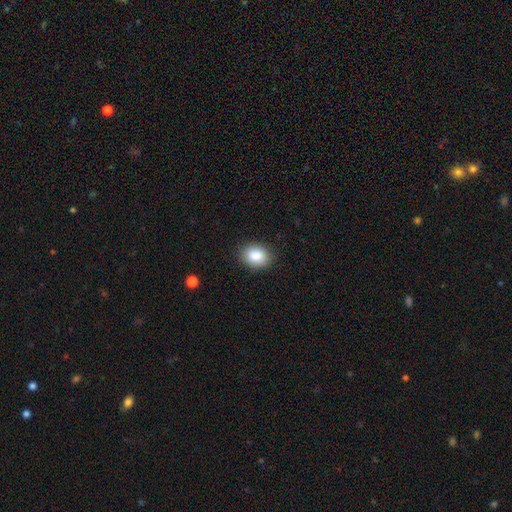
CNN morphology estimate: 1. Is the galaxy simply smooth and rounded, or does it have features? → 85% smooth, 8% star or artifact, 6% featured or disk.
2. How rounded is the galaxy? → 62% in between, 37% round, 1% cigar-shaped.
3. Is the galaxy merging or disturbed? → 87% none, 10% minor disturbance, 2% major disturbance, 1% merger.